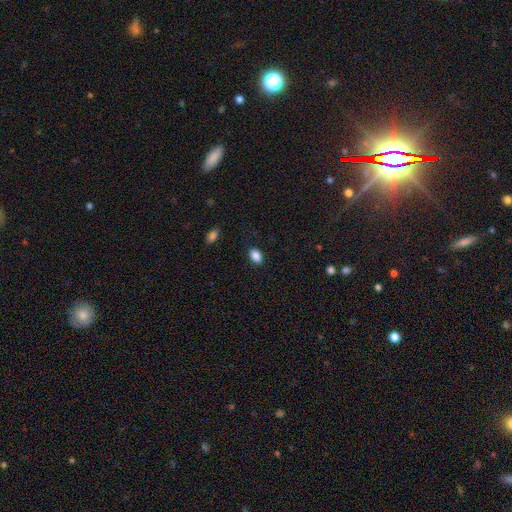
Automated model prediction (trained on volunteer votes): Smooth or featured?
  - smooth: 88% *
  - star or artifact: 8%
  - featured or disk: 4%
How rounded?
  - in between: 87% *
  - round: 11%
  - cigar-shaped: 1%
Merging?
  - none: 88% *
  - minor disturbance: 8%
  - major disturbance: 2%
  - merger: 1%